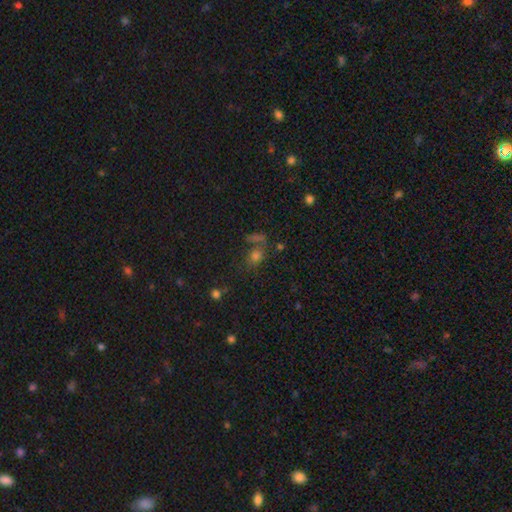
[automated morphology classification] Smooth or featured?
  - smooth: 58% *
  - star or artifact: 31%
  - featured or disk: 12%
How rounded?
  - round: 56% *
  - in between: 41%
  - cigar-shaped: 3%
Merging?
  - none: 55% *
  - merger: 22%
  - minor disturbance: 13%
  - major disturbance: 10%